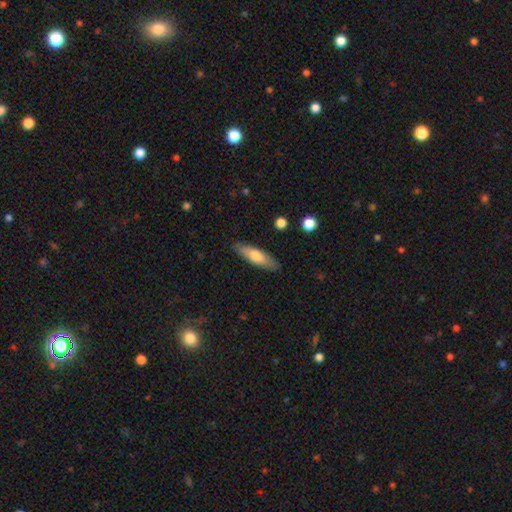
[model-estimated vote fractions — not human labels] Morphology: type=smooth (68%); roundness=cigar-shaped (58%); merging=none (87%).